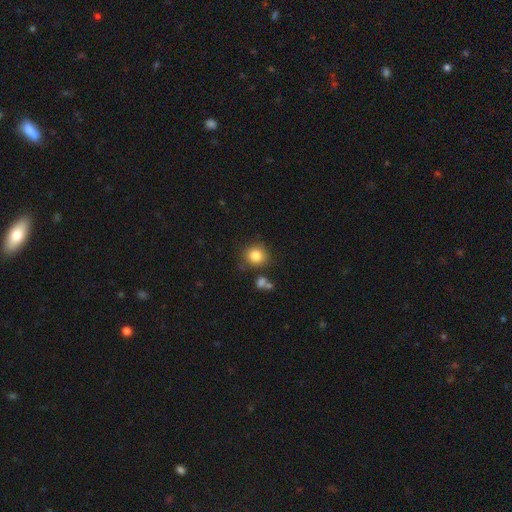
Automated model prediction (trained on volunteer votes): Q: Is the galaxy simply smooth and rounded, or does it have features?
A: smooth — 84%.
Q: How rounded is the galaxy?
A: round — 87%.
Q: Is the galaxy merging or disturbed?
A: none — 77%.